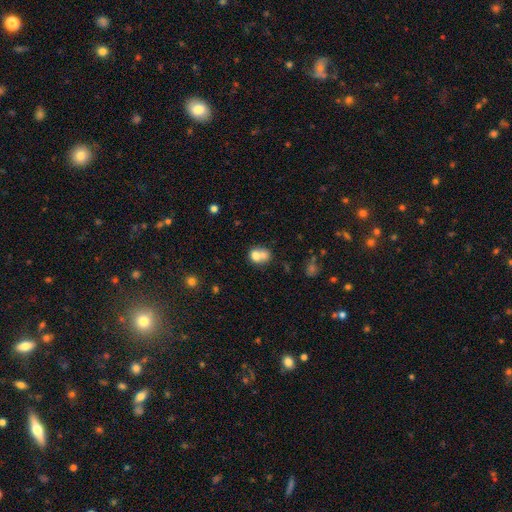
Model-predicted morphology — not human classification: smooth 71%, featured or disk 19%, star or artifact 10%. Down the decision tree: how rounded — round (56%); merging — merger (63%).